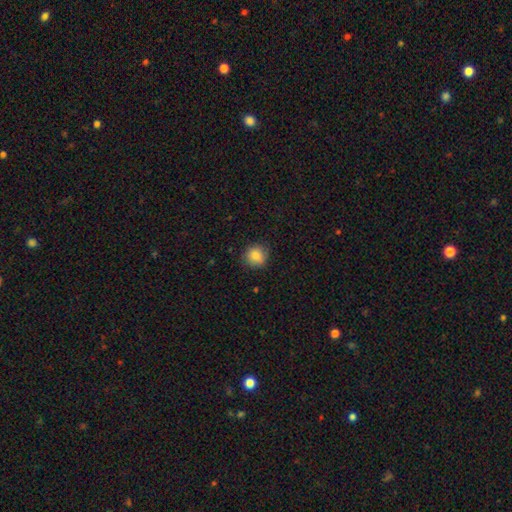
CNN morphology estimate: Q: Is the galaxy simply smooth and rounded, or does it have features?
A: smooth — 86%.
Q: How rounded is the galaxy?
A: round — 88%.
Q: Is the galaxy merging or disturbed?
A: none — 84%.